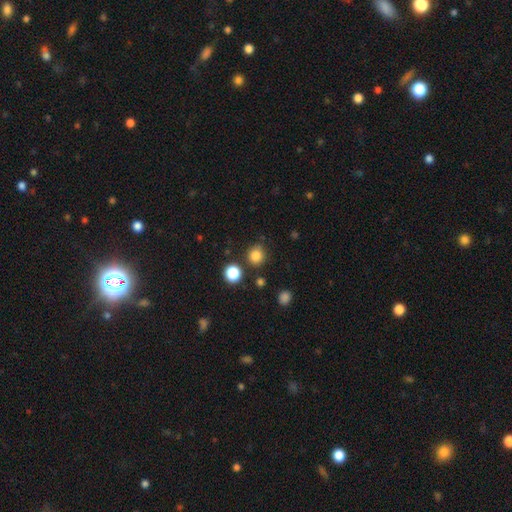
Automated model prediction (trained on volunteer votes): This appears to be a smooth galaxy with no disk features (82%) that is round (87%). Merging: none (82%).